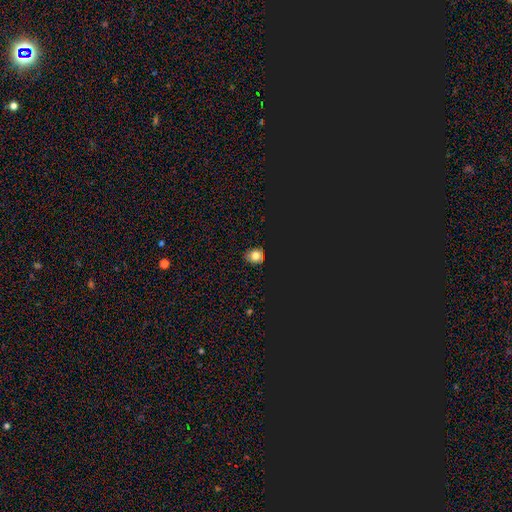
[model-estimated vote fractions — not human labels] Morphology: type=smooth (66%); roundness=round (78%); merging=none (84%).